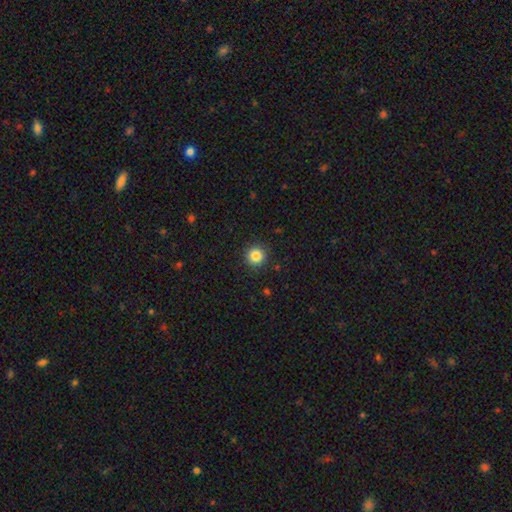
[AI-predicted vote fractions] smooth-or-featured: smooth: 85% | star or artifact: 11% | featured or disk: 4%
  how-rounded: round: 95% | in between: 4% | cigar-shaped: 1%
  merging: none: 92% | minor disturbance: 5% | major disturbance: 2% | merger: 1%